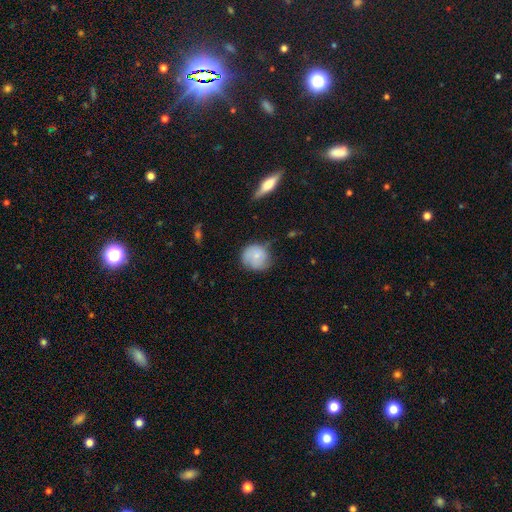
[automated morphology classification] Smooth or featured? Predicted: smooth (p=0.71). How rounded? Predicted: round (p=0.82). Merging? Predicted: none (p=0.57).